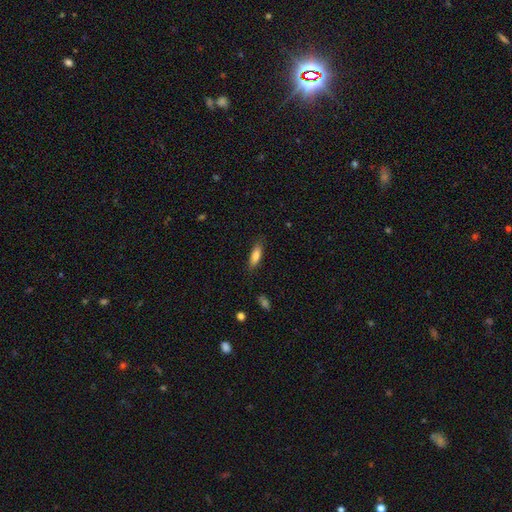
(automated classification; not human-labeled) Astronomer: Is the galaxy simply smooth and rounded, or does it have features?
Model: smooth — 80%.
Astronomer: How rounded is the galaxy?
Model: in between — 53% (runner-up: cigar-shaped, 45%).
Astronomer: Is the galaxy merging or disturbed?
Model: none — 83%.